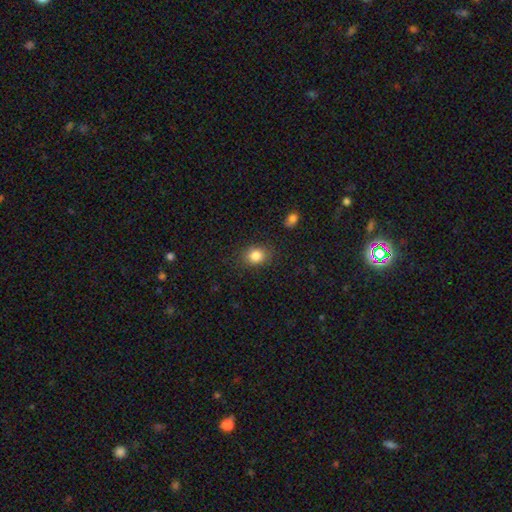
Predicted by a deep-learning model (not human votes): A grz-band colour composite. It shows a smooth galaxy with no disk features (84%) that is round (55%). Merging: none (85%).